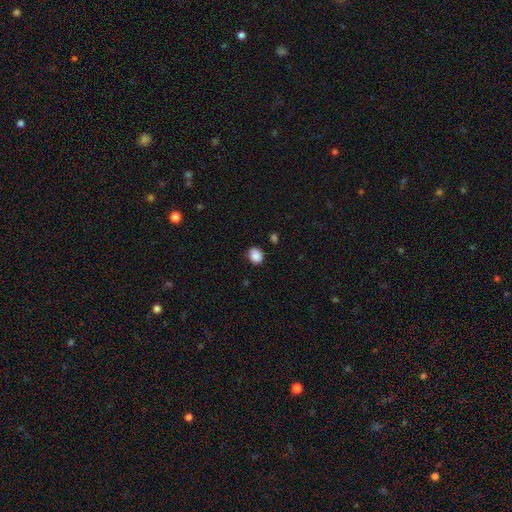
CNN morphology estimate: The model was most divided on "how rounded": round: 59%, in between: 40%, cigar-shaped: 1%. More confident: smooth or featured — smooth (88%); merging — none (83%).